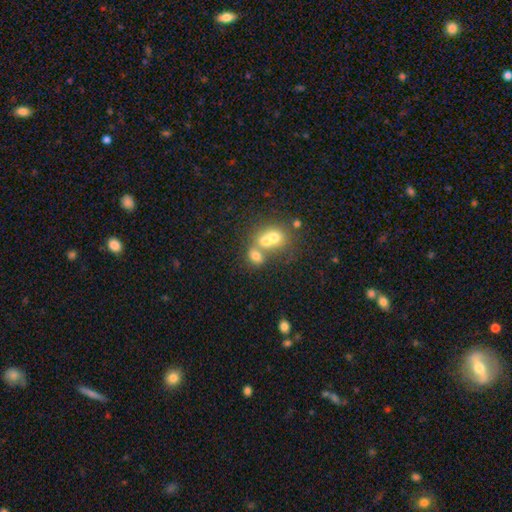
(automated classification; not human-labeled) Overall: smooth (66%). How rounded: round (52%; in between 47%). Merging: merger (61%; none 28%).